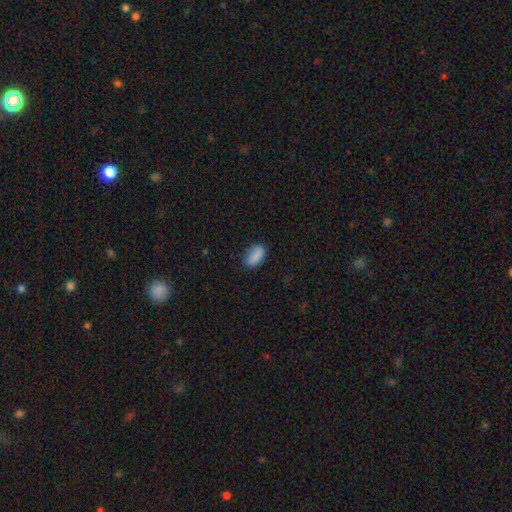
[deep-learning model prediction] Q: Smooth or featured?
A: smooth (88%); runner-up: star or artifact (8%)
Q: How rounded?
A: in between (91%); runner-up: round (5%)
Q: Merging?
A: none (83%); runner-up: minor disturbance (13%)